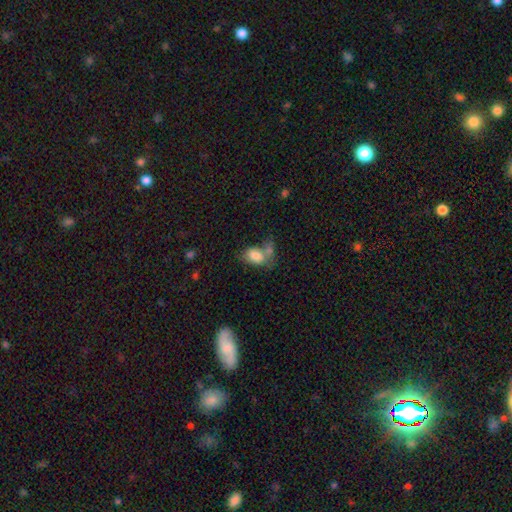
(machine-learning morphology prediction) smooth 78%, featured or disk 13%, star or artifact 9%. Down the decision tree: how rounded — in between (83%); merging — merger (38%).